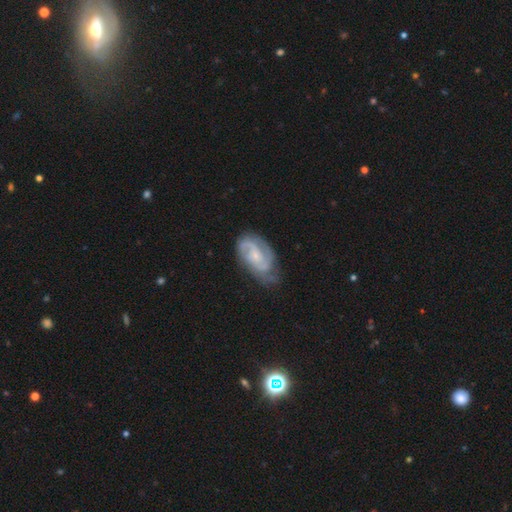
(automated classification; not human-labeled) Overall: featured or disk (82%). Edge-on disk: no (97%). Bar: no (56%; weak 37%). Spiral arms: yes (96%). Spiral arm count: 2 (55%; 3 19%). Spiral winding: tight (45%; medium 44%). Bulge size: small (59%; moderate 26%). Merging: none (61%; minor disturbance 26%).